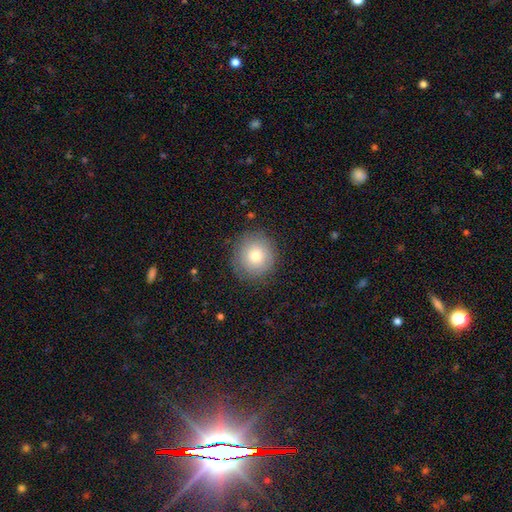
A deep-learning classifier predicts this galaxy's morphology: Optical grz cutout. It shows a smooth galaxy with no disk features (77%) that is round (93%). Merging: none (86%).